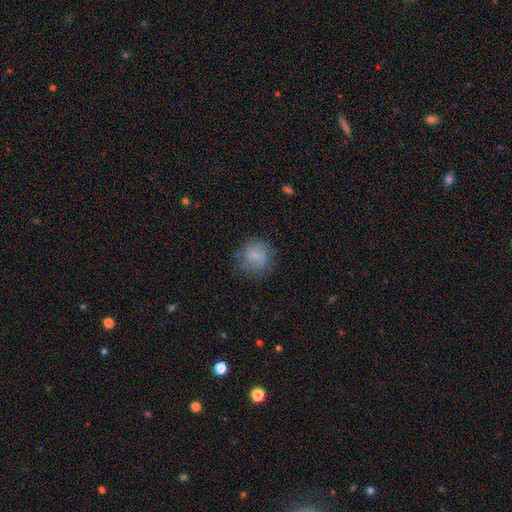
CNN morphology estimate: This appears to be a smooth galaxy with no disk features (74%) that is round (86%). Merging: none (69%).